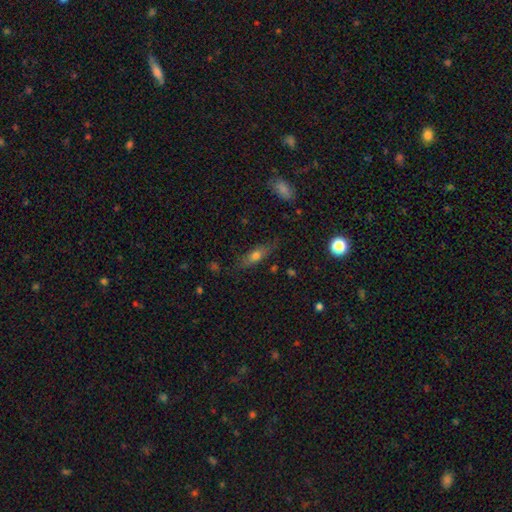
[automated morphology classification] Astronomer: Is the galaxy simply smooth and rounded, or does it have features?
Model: smooth — 63%.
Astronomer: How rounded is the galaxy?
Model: in between — 55% (runner-up: cigar-shaped, 41%).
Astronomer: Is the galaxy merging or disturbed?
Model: none — 74%.